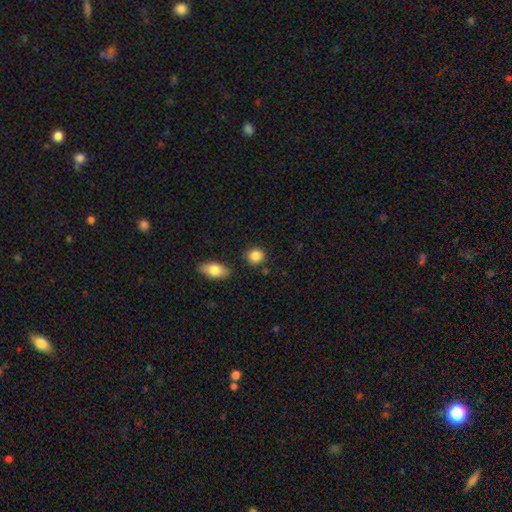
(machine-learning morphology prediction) The model was most divided on "how rounded": round: 80%, in between: 18%, cigar-shaped: 2%. More confident: smooth or featured — smooth (87%); merging — none (81%).